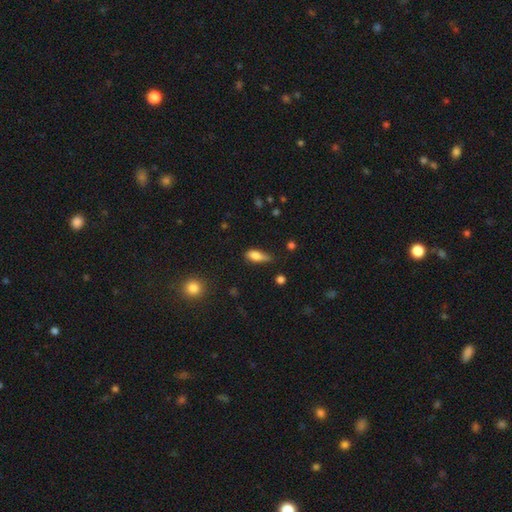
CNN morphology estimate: This appears to be a smooth galaxy with no disk features (78%) that is in between round and cigar-shaped (69%). Merging: none (44%).